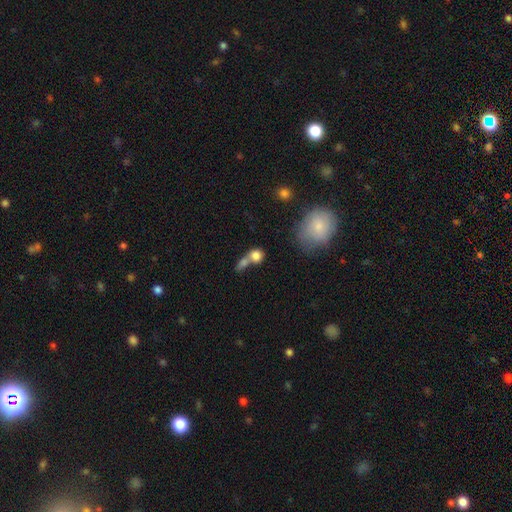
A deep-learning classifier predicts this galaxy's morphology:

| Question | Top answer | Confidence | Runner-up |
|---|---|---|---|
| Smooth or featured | smooth | 78% | featured or disk (13%) |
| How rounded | round | 67% | in between (29%) |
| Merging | merger | 59% | none (26%) |